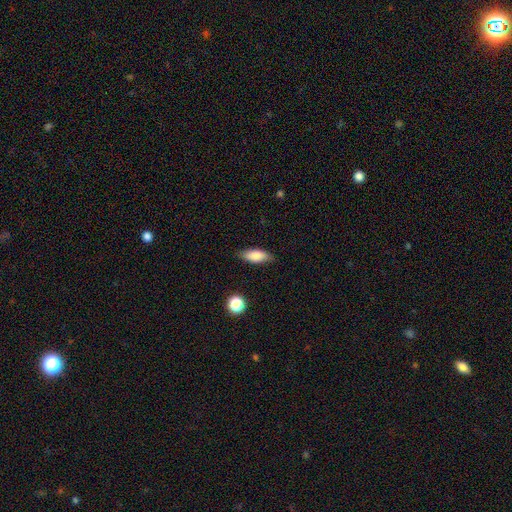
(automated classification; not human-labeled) Overall: smooth (82%). How rounded: in between (77%). Merging: none (82%).